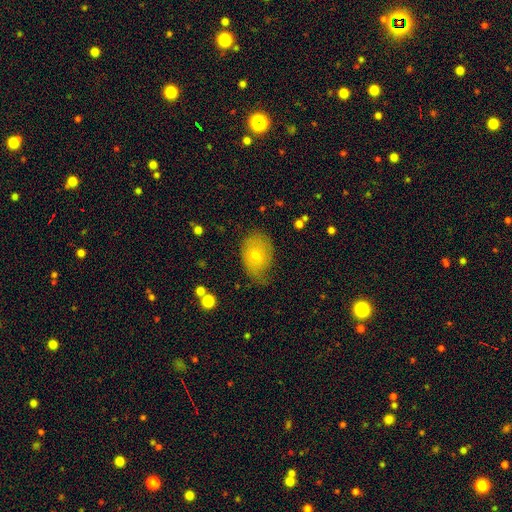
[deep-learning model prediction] Smooth or featured? smooth (62%)
How rounded? in between (76%)
Merging? none (53%)